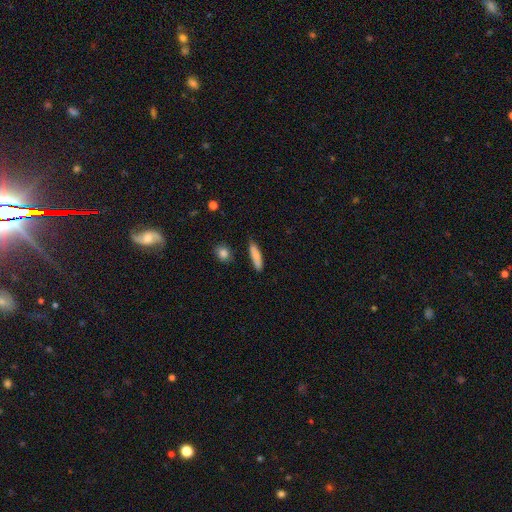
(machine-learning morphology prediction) smooth_or_featured: smooth (p=0.82) [alt: featured or disk p=0.12]
how_rounded: cigar-shaped (p=0.77) [alt: in between p=0.21]
merging: none (p=0.82) [alt: minor disturbance p=0.13]